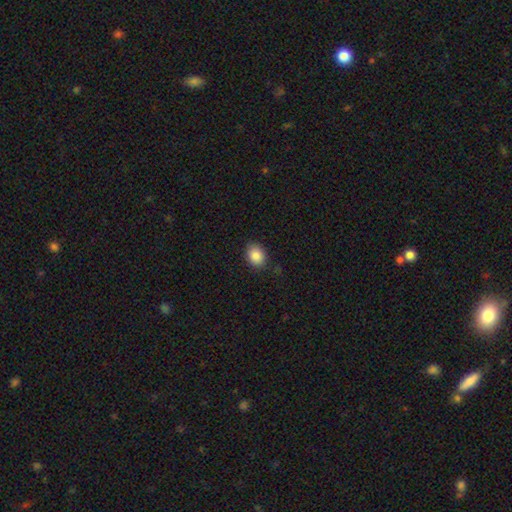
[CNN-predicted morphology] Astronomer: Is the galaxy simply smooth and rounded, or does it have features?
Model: smooth — 86%.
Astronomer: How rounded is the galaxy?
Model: in between — 57% (runner-up: round, 42%).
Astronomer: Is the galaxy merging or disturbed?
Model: none — 84%.